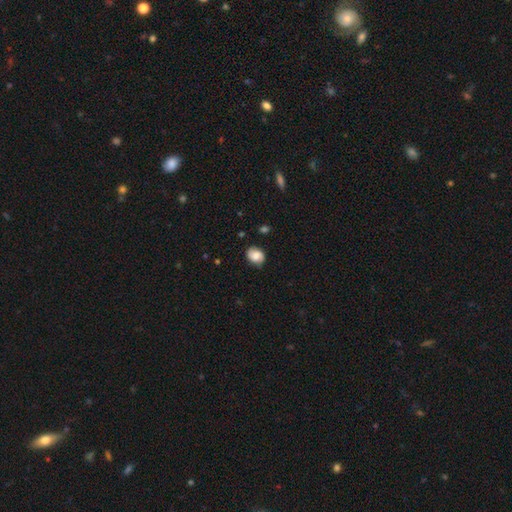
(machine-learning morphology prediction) A smooth galaxy with no disk features (63%) that is in between round and cigar-shaped (53%). Merging: none (77%).